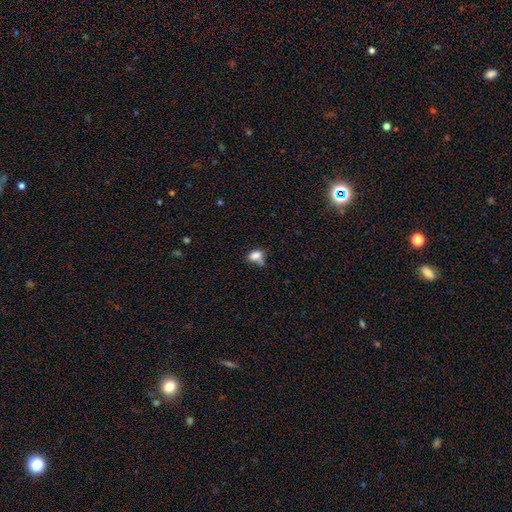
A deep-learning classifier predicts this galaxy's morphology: Smooth or featured? smooth (80%)
How rounded? in between (77%)
Merging? none (39%)